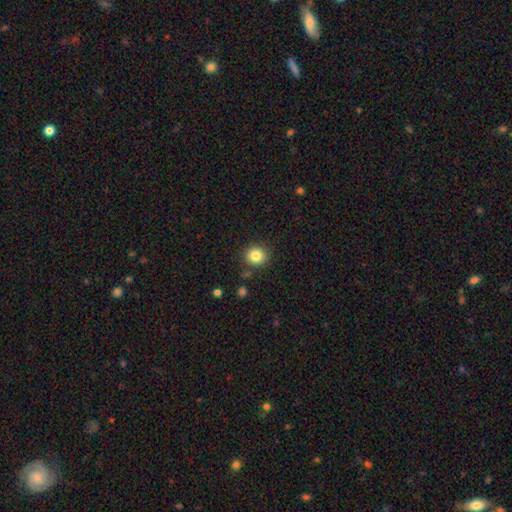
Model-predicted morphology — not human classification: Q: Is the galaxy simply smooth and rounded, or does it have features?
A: smooth — 83%.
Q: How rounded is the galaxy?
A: round — 88%.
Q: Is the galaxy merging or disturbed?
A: none — 87%.